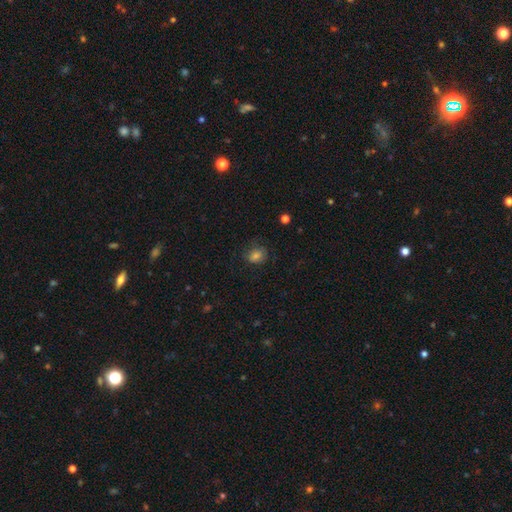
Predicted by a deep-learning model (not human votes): Smooth or featured? Predicted: smooth (p=0.74). How rounded? Predicted: round (p=0.57). Merging? Predicted: none (p=0.65).